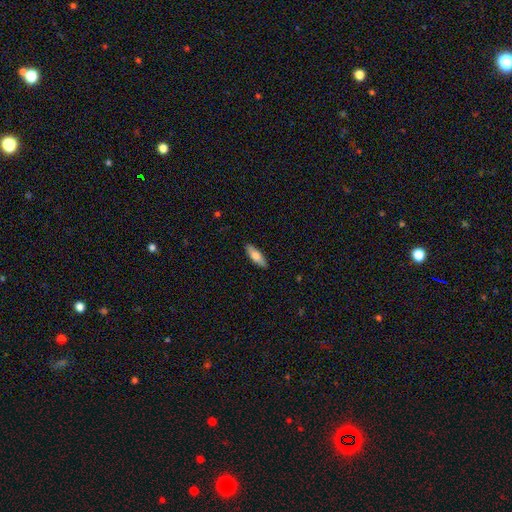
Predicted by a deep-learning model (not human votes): This is likely a smooth galaxy (73%). How rounded: possibly in between (59%). Merging: clearly none (89%).